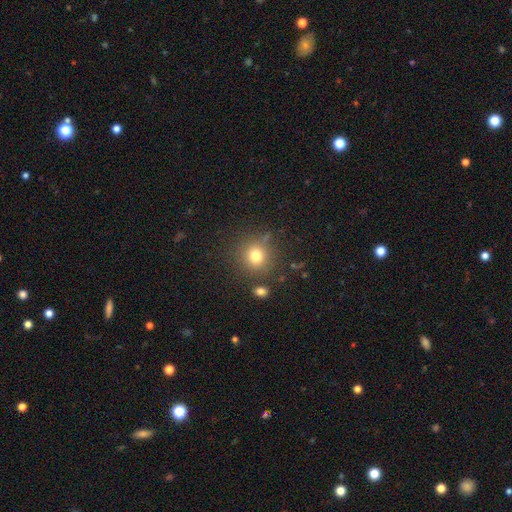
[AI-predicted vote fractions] smooth-or-featured: smooth: 76% | star or artifact: 15% | featured or disk: 9%
  how-rounded: round: 91% | in between: 8% | cigar-shaped: 1%
  merging: none: 81% | minor disturbance: 10% | merger: 5% | major disturbance: 4%